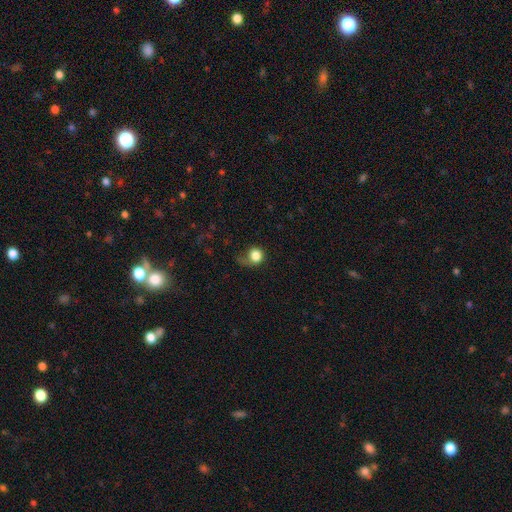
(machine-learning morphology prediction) Smooth or featured? Predicted: smooth (p=0.81). How rounded? Predicted: round (p=0.82). Merging? Predicted: none (p=0.41).